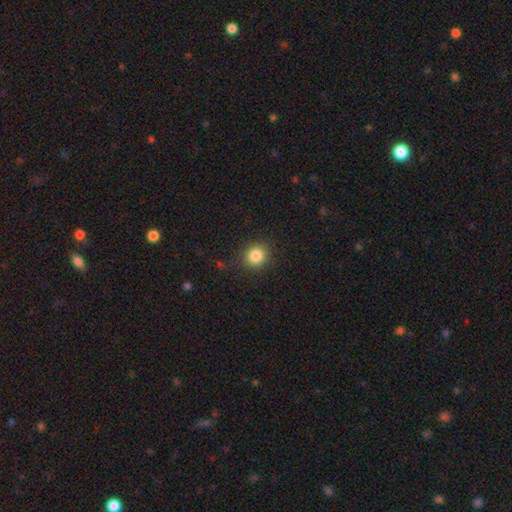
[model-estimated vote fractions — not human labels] Morphology: type=smooth (85%); roundness=round (84%); merging=none (86%).